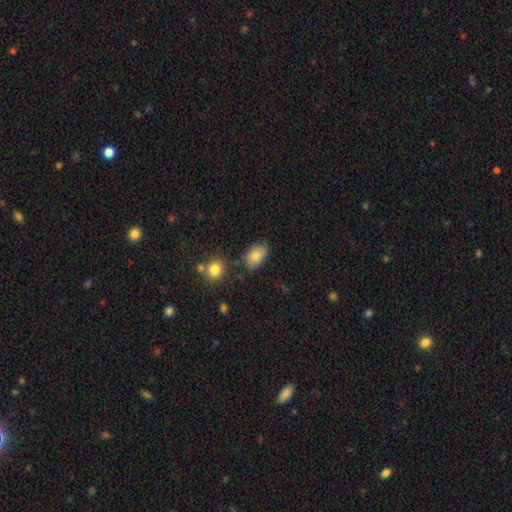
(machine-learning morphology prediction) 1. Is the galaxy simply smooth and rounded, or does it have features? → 81% smooth, 10% featured or disk, 9% star or artifact.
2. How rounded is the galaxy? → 85% in between, 14% round, 1% cigar-shaped.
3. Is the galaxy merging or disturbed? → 72% none, 19% minor disturbance, 5% merger, 4% major disturbance.